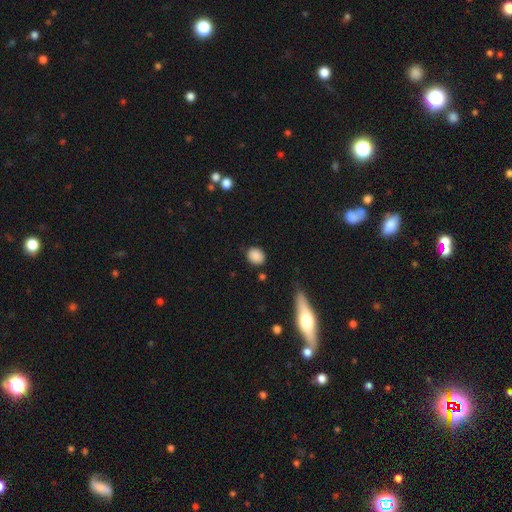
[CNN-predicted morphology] smooth_or_featured: smooth (p=0.87) [alt: star or artifact p=0.08]
how_rounded: round (p=0.60) [alt: in between p=0.39]
merging: none (p=0.82) [alt: minor disturbance p=0.13]